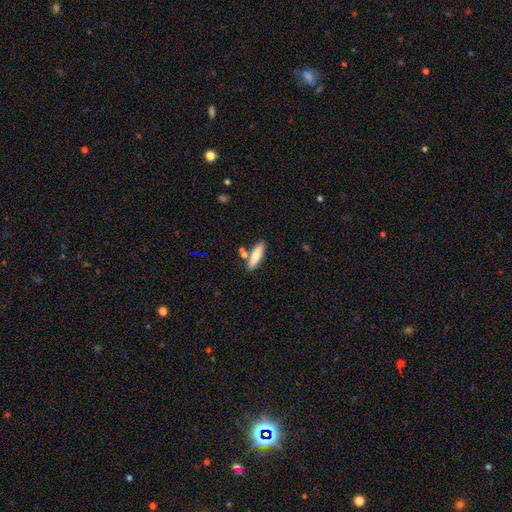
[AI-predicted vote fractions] smooth_or_featured: smooth (p=0.76) [alt: featured or disk p=0.18]
how_rounded: cigar-shaped (p=0.68) [alt: in between p=0.30]
merging: none (p=0.76) [alt: minor disturbance p=0.11]